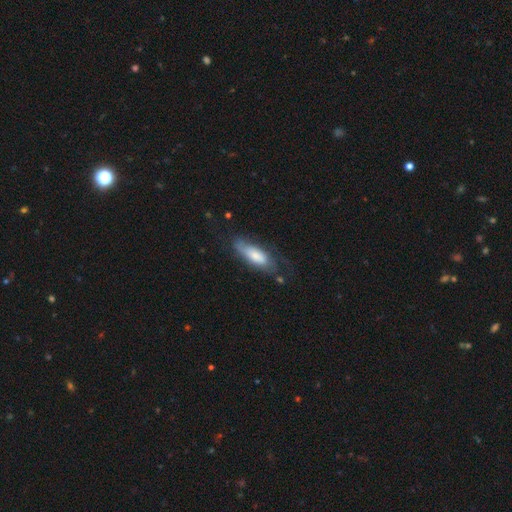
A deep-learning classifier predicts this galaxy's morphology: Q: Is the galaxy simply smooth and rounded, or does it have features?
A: smooth — 63%.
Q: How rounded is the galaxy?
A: in between — 67%.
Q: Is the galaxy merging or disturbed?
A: none — 53%.